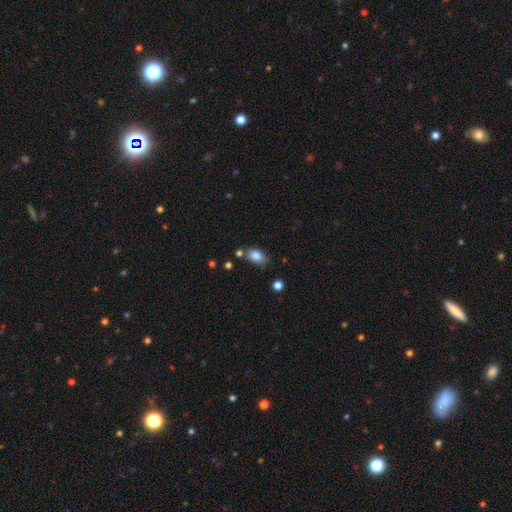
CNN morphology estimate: This appears to be a smooth galaxy with no disk features (83%) that is in between round and cigar-shaped (79%). Merging: none (66%).